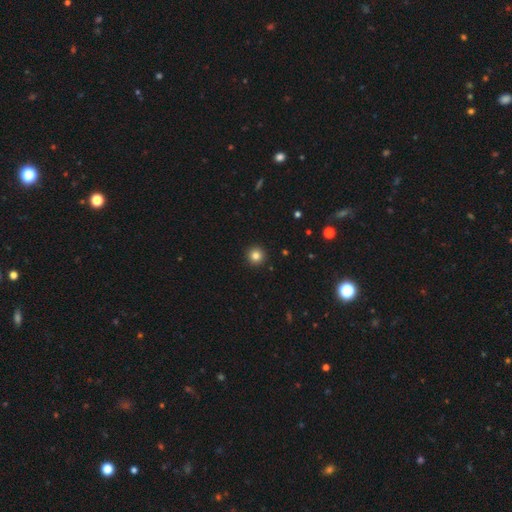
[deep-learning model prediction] A smooth galaxy with no disk features (84%) that is round (96%).

Vote fractions:
- Smooth or featured? smooth: 84% / star or artifact: 11% / featured or disk: 5%
- How rounded? round: 96% / in between: 3% / cigar-shaped: 1%
- Merging? none: 93% / minor disturbance: 4% / major disturbance: 1% / merger: 1%